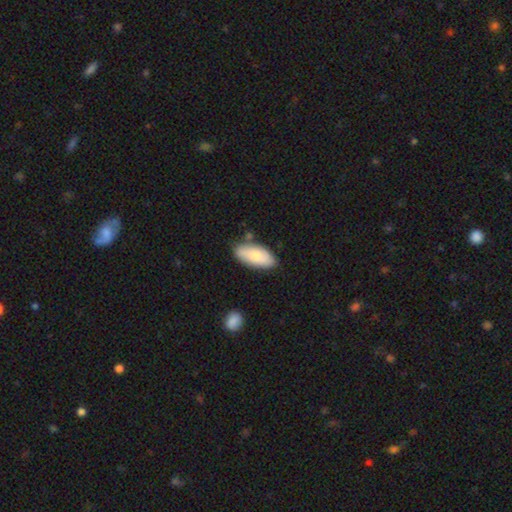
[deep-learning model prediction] Morphology: type=smooth (76%); roundness=in between (90%); merging=none (76%).